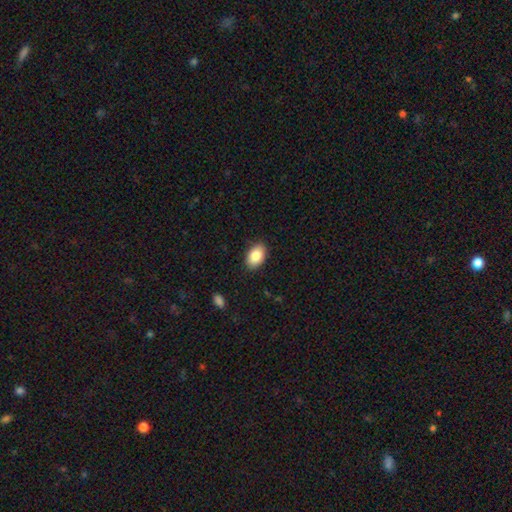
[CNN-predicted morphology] Smooth or featured?
  - smooth: 86% *
  - featured or disk: 8%
  - star or artifact: 7%
How rounded?
  - in between: 91% *
  - round: 8%
  - cigar-shaped: 1%
Merging?
  - none: 88% *
  - minor disturbance: 9%
  - major disturbance: 2%
  - merger: 1%